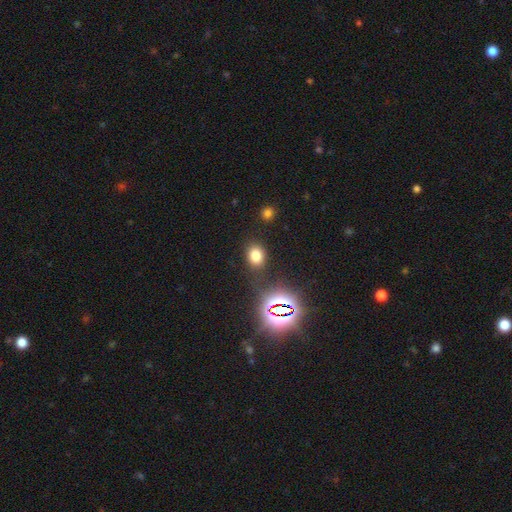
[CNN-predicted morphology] Smooth or featured? smooth (73%)
How rounded? in between (59%)
Merging? none (82%)